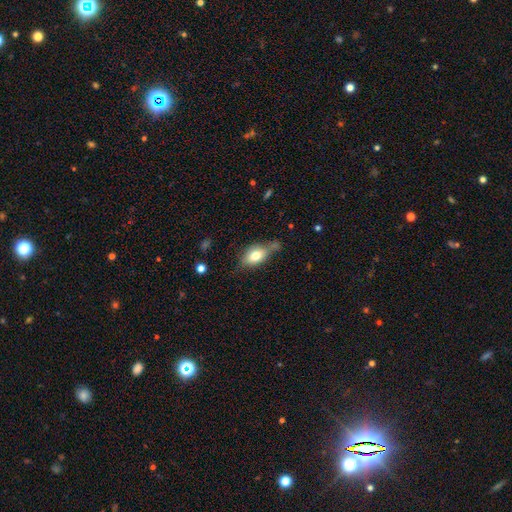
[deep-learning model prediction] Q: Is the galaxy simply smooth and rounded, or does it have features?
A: smooth — 73%.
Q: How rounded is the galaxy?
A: in between — 83%.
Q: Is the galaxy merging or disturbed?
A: none — 47%.